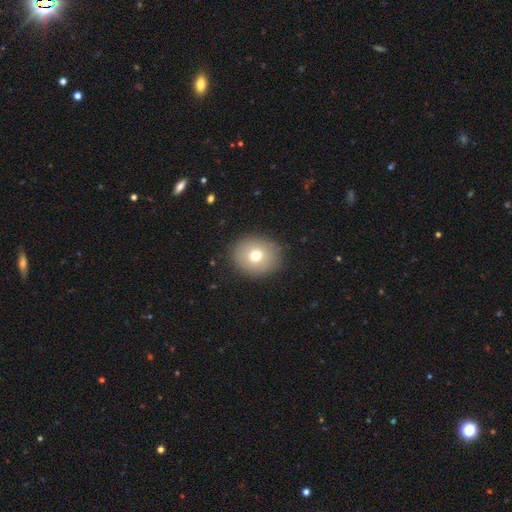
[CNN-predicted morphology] smooth-or-featured: smooth: 72% | featured or disk: 16% | star or artifact: 12%
  how-rounded: round: 73% | in between: 26% | cigar-shaped: 1%
  merging: none: 88% | minor disturbance: 8% | major disturbance: 3% | merger: 1%